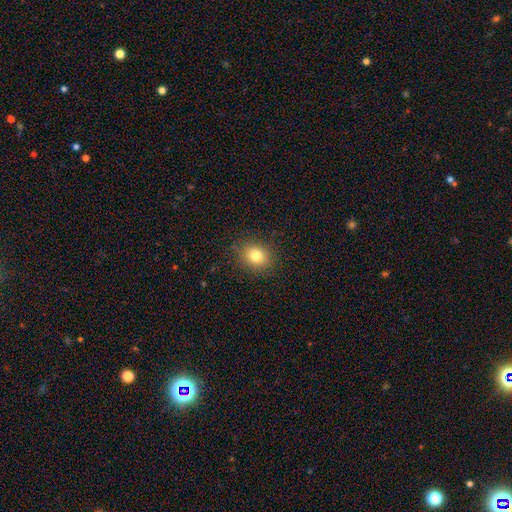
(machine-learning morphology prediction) Q: Smooth or featured?
A: smooth (79%); runner-up: star or artifact (12%)
Q: How rounded?
A: round (57%); runner-up: in between (42%)
Q: Merging?
A: none (87%); runner-up: minor disturbance (9%)